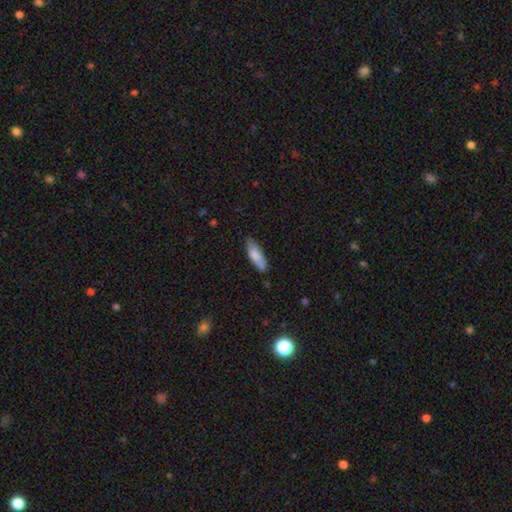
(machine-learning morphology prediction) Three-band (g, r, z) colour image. It shows a smooth galaxy with no disk features (80%) that is cigar-shaped (50%). Merging: none (77%).